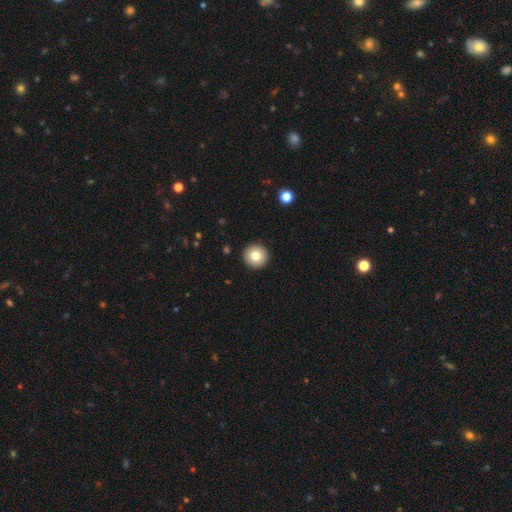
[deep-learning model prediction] Q: Smooth or featured?
A: smooth (80%); runner-up: featured or disk (11%)
Q: How rounded?
A: round (96%); runner-up: in between (3%)
Q: Merging?
A: none (93%); runner-up: minor disturbance (4%)